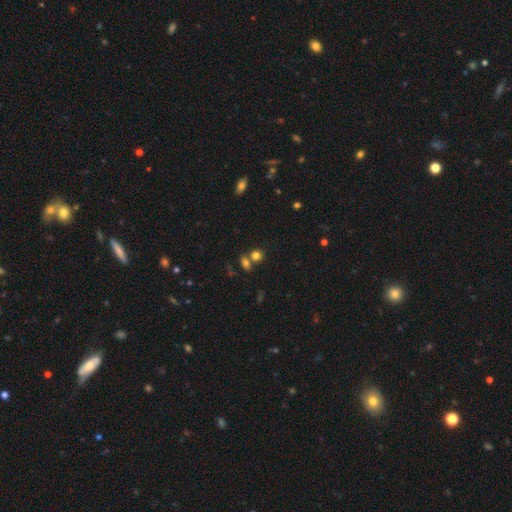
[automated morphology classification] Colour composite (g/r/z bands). It shows a smooth galaxy with no disk features (76%) that is round (70%). Merging: none (56%).